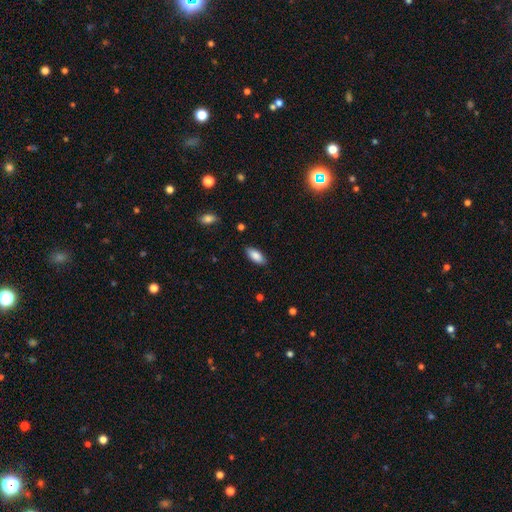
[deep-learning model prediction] A smooth galaxy with no disk features (86%) that is in between round and cigar-shaped (85%).

Vote fractions:
- Smooth or featured? smooth: 86% / featured or disk: 8% / star or artifact: 7%
- How rounded? in between: 85% / cigar-shaped: 13% / round: 2%
- Merging? none: 85% / minor disturbance: 12% / major disturbance: 2% / merger: 1%